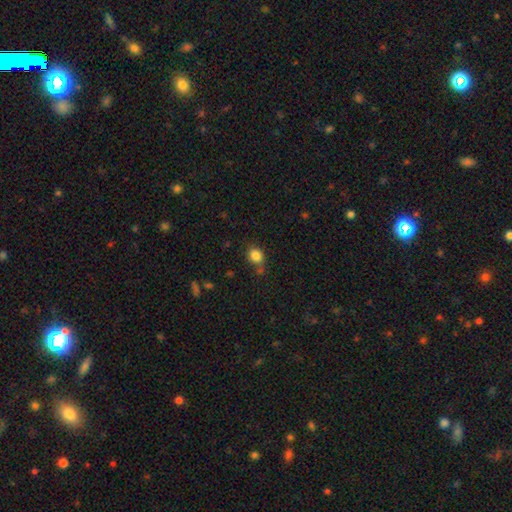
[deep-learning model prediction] The model was most divided on "how rounded": round: 54%, in between: 45%, cigar-shaped: 1%. More confident: smooth or featured — smooth (84%); merging — none (68%).